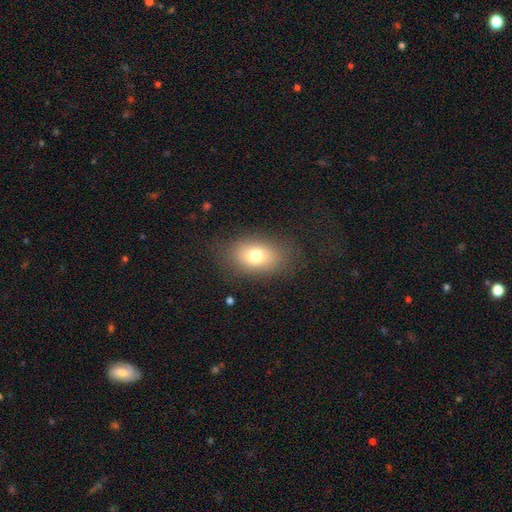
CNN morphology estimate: This appears to be a smooth galaxy with no disk features (74%) that is in between round and cigar-shaped (78%). Merging: none (79%).